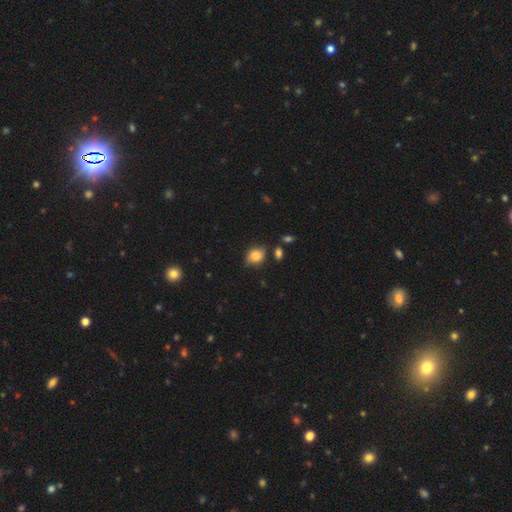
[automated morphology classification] This is clearly a smooth galaxy (81%). How rounded: possibly in between (55%). Merging: likely none (70%).